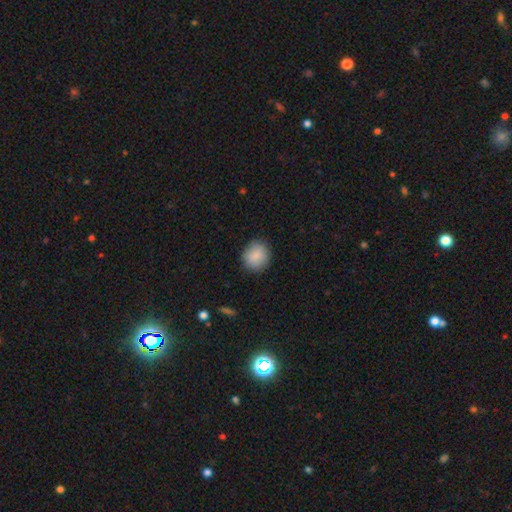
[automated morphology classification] Smooth or featured? smooth (88%)
How rounded? round (83%)
Merging? none (87%)